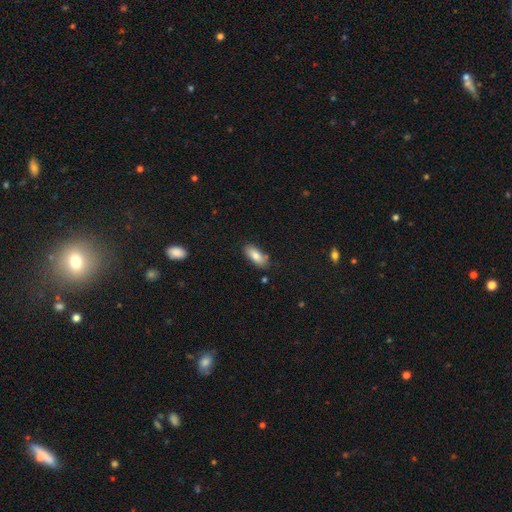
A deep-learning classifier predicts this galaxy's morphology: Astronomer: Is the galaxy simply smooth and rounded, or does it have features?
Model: smooth — 81%.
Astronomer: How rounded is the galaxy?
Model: in between — 80%.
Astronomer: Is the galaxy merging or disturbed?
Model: none — 81%.